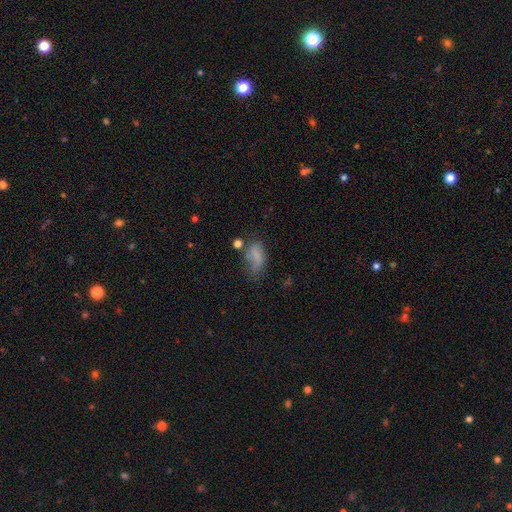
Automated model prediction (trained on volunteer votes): This is likely a smooth galaxy (71%). How rounded: clearly in between (89%). Merging: marginally none (38%).